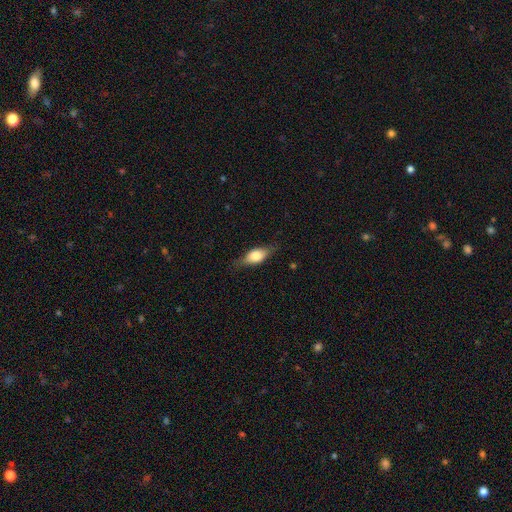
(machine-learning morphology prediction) This appears to be a smooth galaxy with no disk features (64%) that is in between round and cigar-shaped (78%). Merging: none (74%).